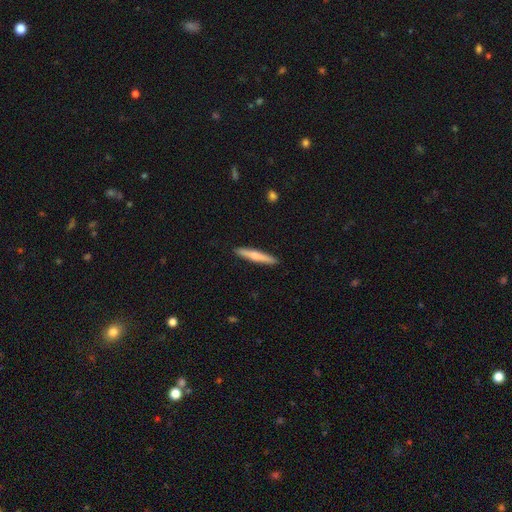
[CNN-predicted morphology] Smooth or featured? Predicted: smooth (p=0.62). How rounded? Predicted: cigar-shaped (p=0.94). Merging? Predicted: none (p=0.91).